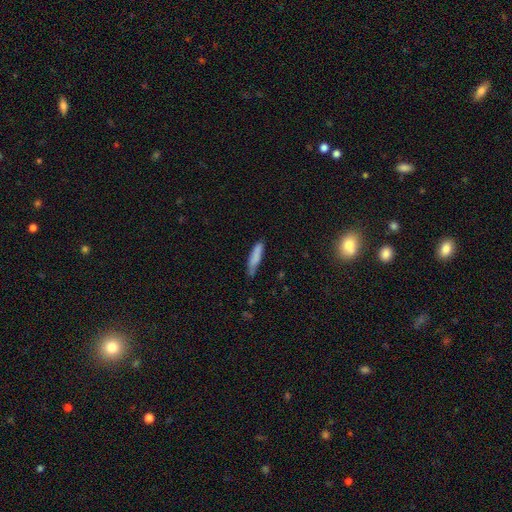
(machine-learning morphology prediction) Smooth or featured? Predicted: smooth (p=0.83). How rounded? Predicted: cigar-shaped (p=0.79). Merging? Predicted: none (p=0.65).